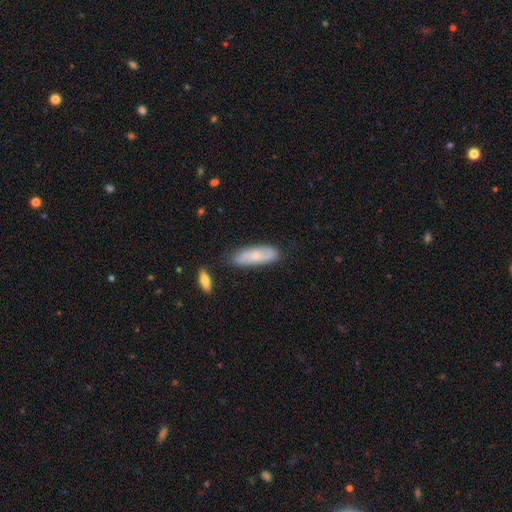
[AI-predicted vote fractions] smooth_or_featured: smooth (p=0.60) [alt: featured or disk p=0.33]
how_rounded: in between (p=0.55) [alt: cigar-shaped p=0.43]
merging: none (p=0.74) [alt: minor disturbance p=0.18]